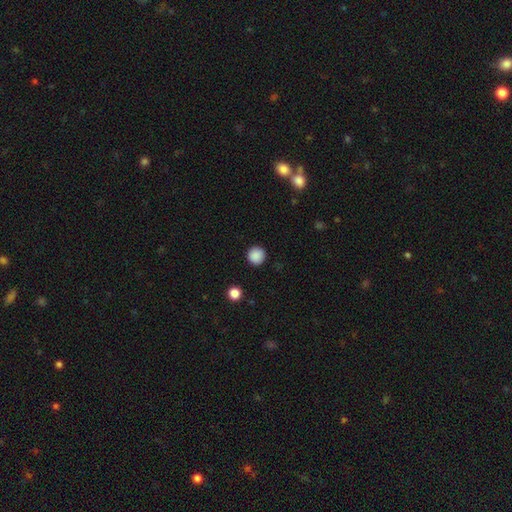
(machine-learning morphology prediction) The model was most divided on "smooth or featured": smooth: 88%, star or artifact: 10%, featured or disk: 2%. More confident: how rounded — round (95%); merging — none (92%).